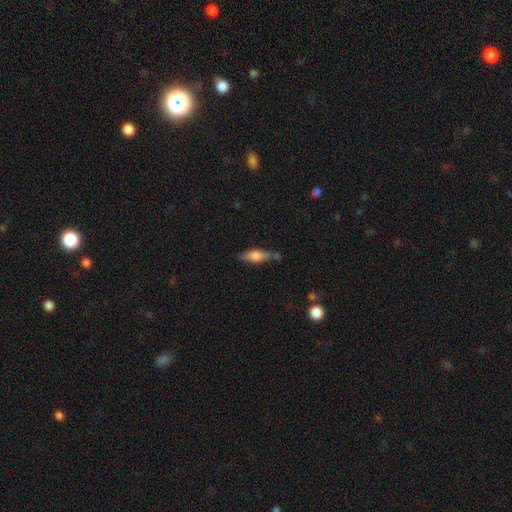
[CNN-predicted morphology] The model was most divided on "how rounded": in between: 57%, cigar-shaped: 40%, round: 3%. More confident: merging — none (66%); smooth or featured — smooth (63%).